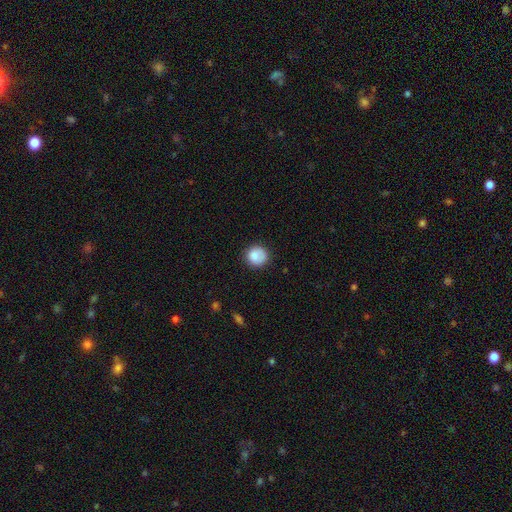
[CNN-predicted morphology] Smooth or featured? Predicted: smooth (p=0.85). How rounded? Predicted: round (p=0.91). Merging? Predicted: none (p=0.80).